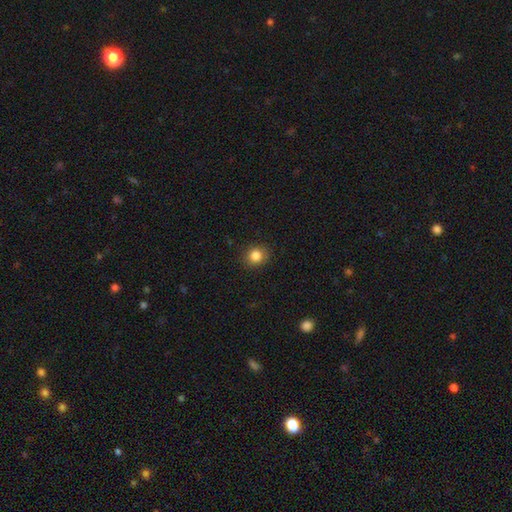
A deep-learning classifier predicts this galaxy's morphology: The model was most divided on "how rounded": round: 82%, in between: 17%, cigar-shaped: 1%. More confident: merging — none (89%); smooth or featured — smooth (84%).